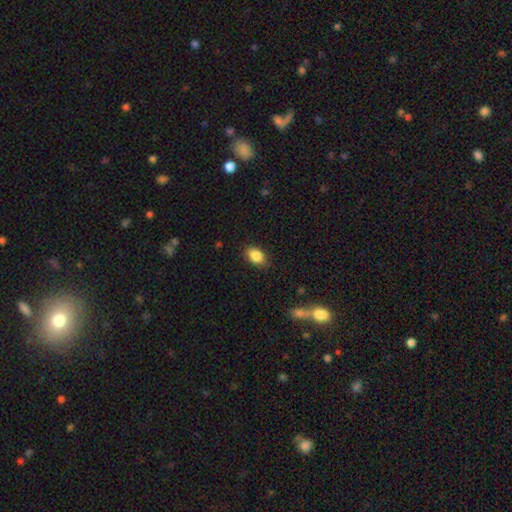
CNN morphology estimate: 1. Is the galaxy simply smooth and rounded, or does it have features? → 87% smooth, 8% star or artifact, 5% featured or disk.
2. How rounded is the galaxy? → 84% in between, 14% round, 1% cigar-shaped.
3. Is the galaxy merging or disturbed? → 85% none, 12% minor disturbance, 3% major disturbance, 1% merger.